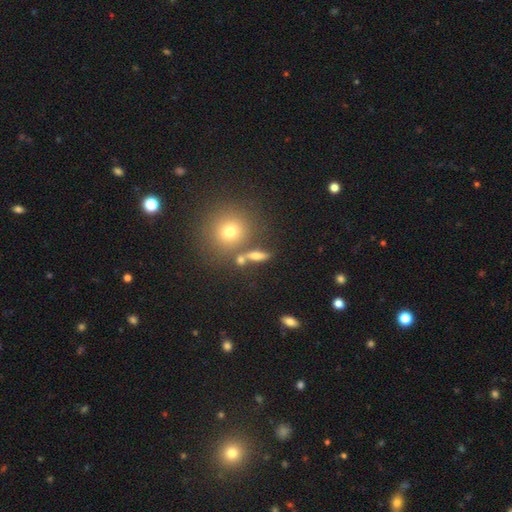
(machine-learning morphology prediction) smooth 57%, featured or disk 27%, star or artifact 16%. Down the decision tree: how rounded — cigar-shaped (40%); merging — none (65%).